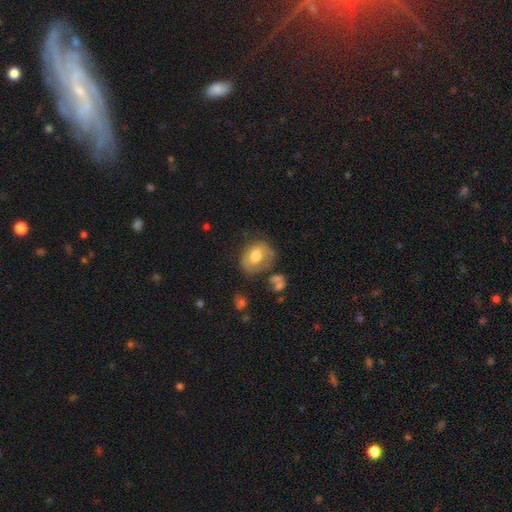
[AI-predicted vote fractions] This appears to be a smooth galaxy with no disk features (49%). Merging: none (53%).